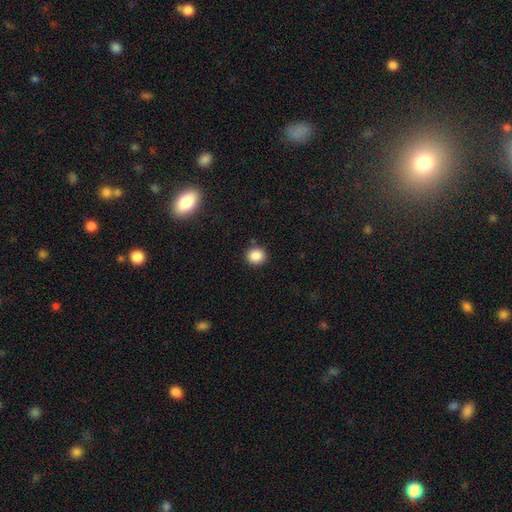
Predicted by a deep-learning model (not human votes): Q: Smooth or featured?
A: smooth (87%); runner-up: star or artifact (10%)
Q: How rounded?
A: round (88%); runner-up: in between (11%)
Q: Merging?
A: none (89%); runner-up: minor disturbance (7%)